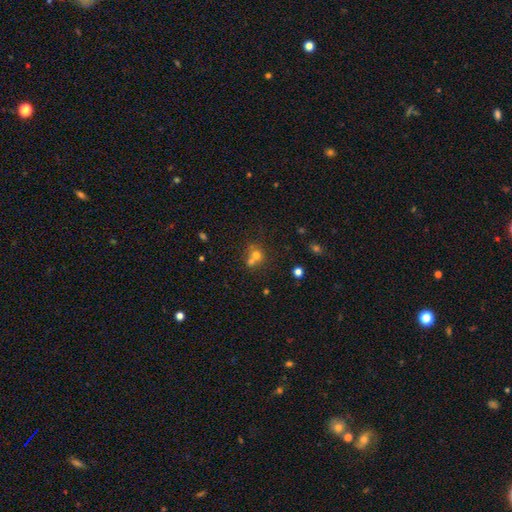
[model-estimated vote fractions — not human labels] Smooth or featured?
  - smooth: 65% *
  - star or artifact: 18%
  - featured or disk: 17%
How rounded?
  - round: 78% *
  - in between: 21%
  - cigar-shaped: 1%
Merging?
  - merger: 54% *
  - none: 35%
  - minor disturbance: 7%
  - major disturbance: 4%